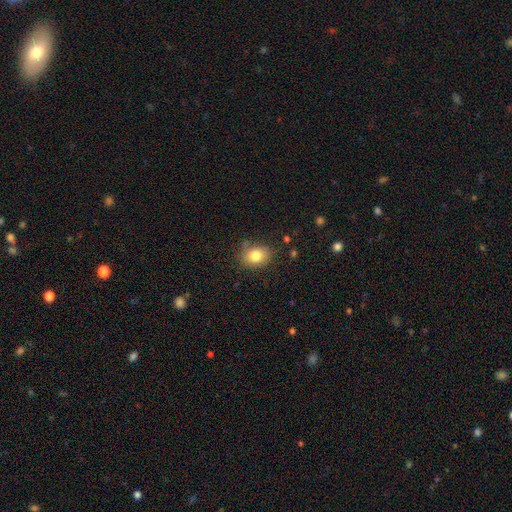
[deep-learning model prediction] smooth_or_featured: smooth (p=0.81) [alt: star or artifact p=0.10]
how_rounded: in between (p=0.57) [alt: round p=0.42]
merging: none (p=0.77) [alt: minor disturbance p=0.17]